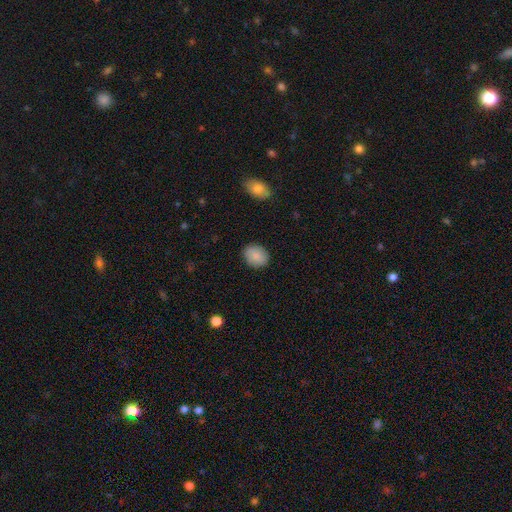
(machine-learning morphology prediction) smooth-or-featured: smooth: 88% | star or artifact: 7% | featured or disk: 4%
  how-rounded: round: 50% | in between: 49% | cigar-shaped: 1%
  merging: none: 88% | minor disturbance: 9% | major disturbance: 2% | merger: 1%